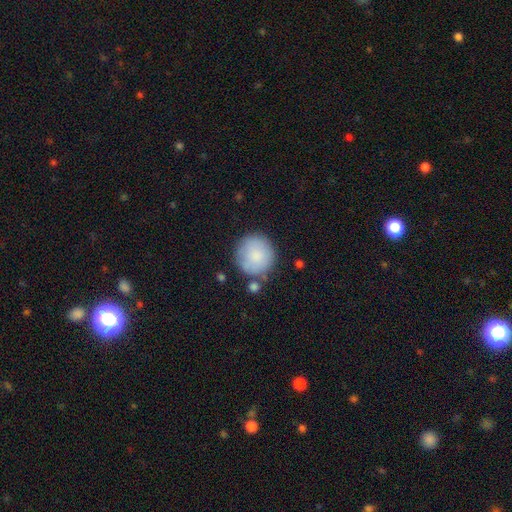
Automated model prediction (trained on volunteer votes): Q: Smooth or featured?
A: smooth (83%); runner-up: featured or disk (10%)
Q: How rounded?
A: round (93%); runner-up: in between (6%)
Q: Merging?
A: none (72%); runner-up: minor disturbance (15%)